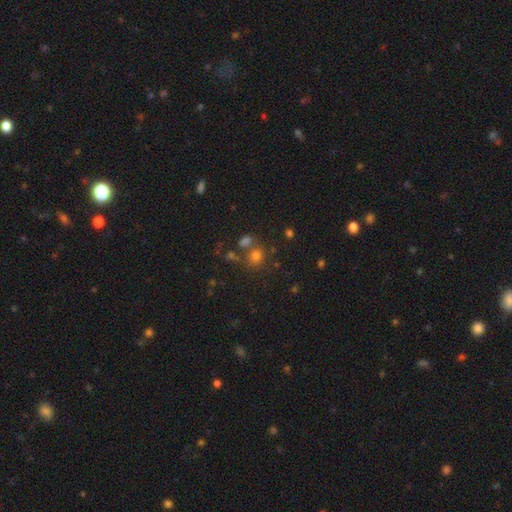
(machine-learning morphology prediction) Smooth or featured? smooth (69%)
How rounded? round (79%)
Merging? none (63%)